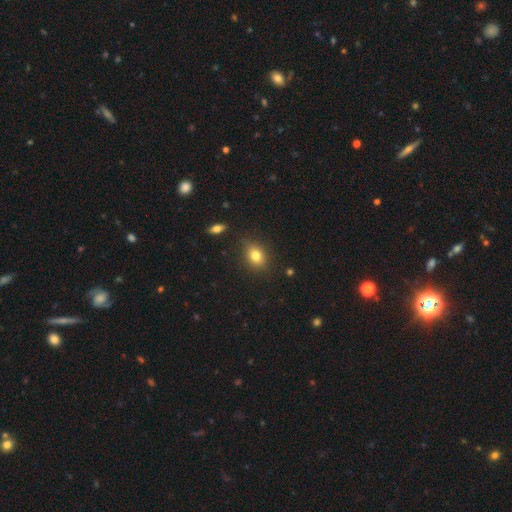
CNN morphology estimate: smooth 80%, star or artifact 11%, featured or disk 10%. Down the decision tree: how rounded — in between (65%); merging — none (81%).